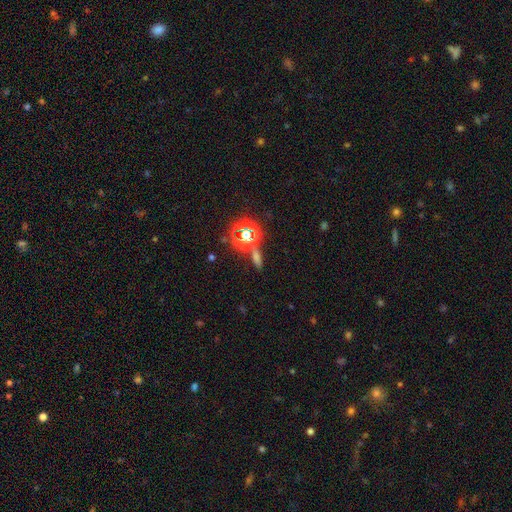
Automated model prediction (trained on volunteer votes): Q: Smooth or featured?
A: star or artifact (55%); runner-up: smooth (33%)